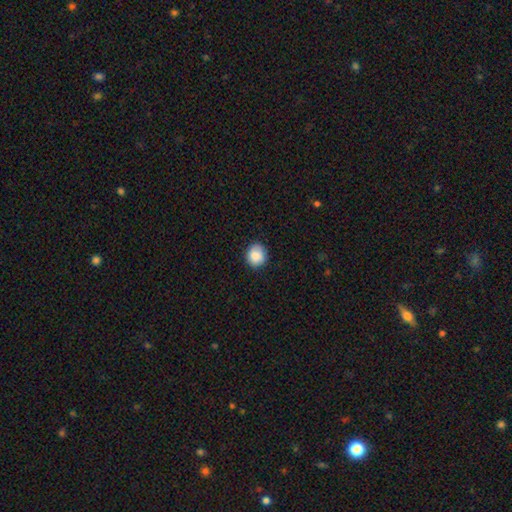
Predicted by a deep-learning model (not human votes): Smooth or featured: smooth — 87% (star or artifact — 8%)
How rounded: round — 78% (in between — 21%)
Merging: none — 84% (minor disturbance — 13%)